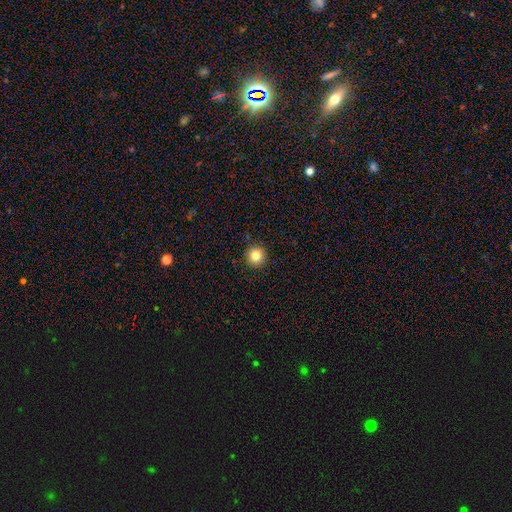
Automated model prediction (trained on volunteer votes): Q: Smooth or featured?
A: smooth (84%); runner-up: star or artifact (10%)
Q: How rounded?
A: round (95%); runner-up: in between (4%)
Q: Merging?
A: none (92%); runner-up: minor disturbance (5%)